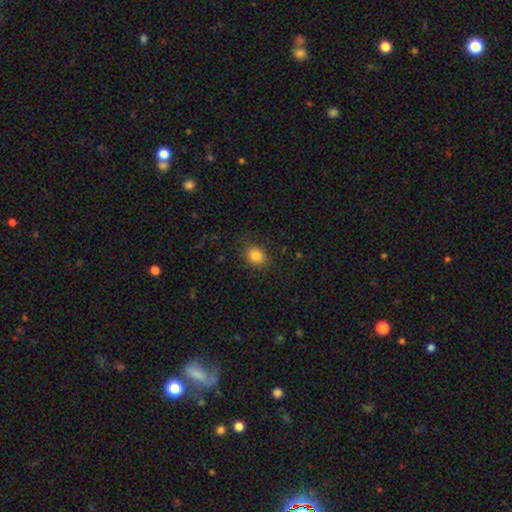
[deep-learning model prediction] A smooth galaxy with no disk features (85%) that is round (55%).

Vote fractions:
- Smooth or featured? smooth: 85% / star or artifact: 11% / featured or disk: 5%
- How rounded? round: 55% / in between: 44% / cigar-shaped: 1%
- Merging? none: 85% / minor disturbance: 11% / major disturbance: 3% / merger: 1%